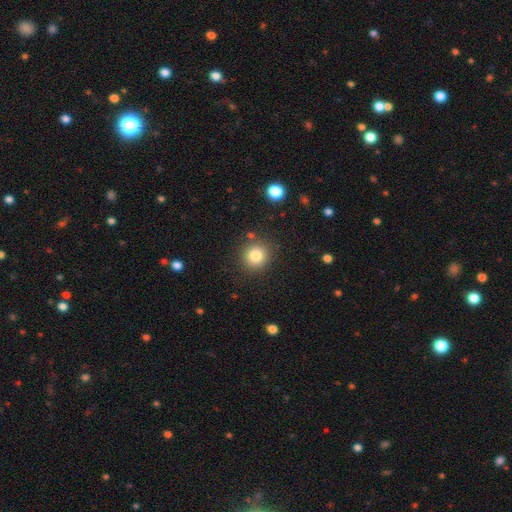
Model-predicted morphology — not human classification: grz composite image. It shows a smooth galaxy with no disk features (82%) that is round (89%). Merging: none (86%).